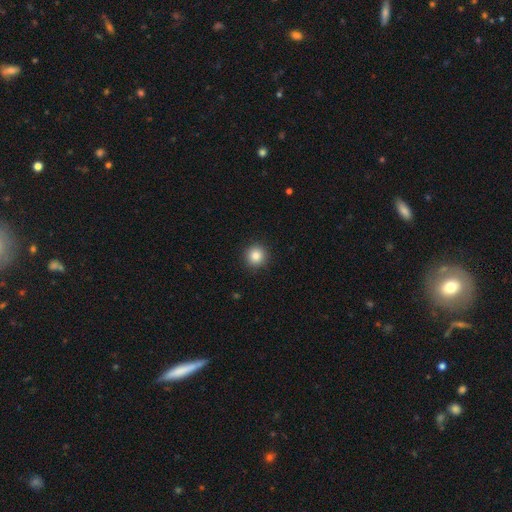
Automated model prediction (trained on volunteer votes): The model was most divided on "smooth or featured": smooth: 85%, star or artifact: 10%, featured or disk: 5%. More confident: how rounded — round (94%); merging — none (92%).